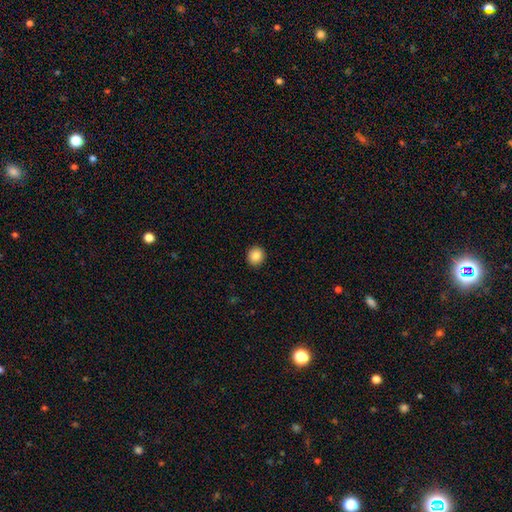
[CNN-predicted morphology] smooth 86%, star or artifact 9%, featured or disk 5%. Down the decision tree: how rounded — round (88%); merging — none (92%).